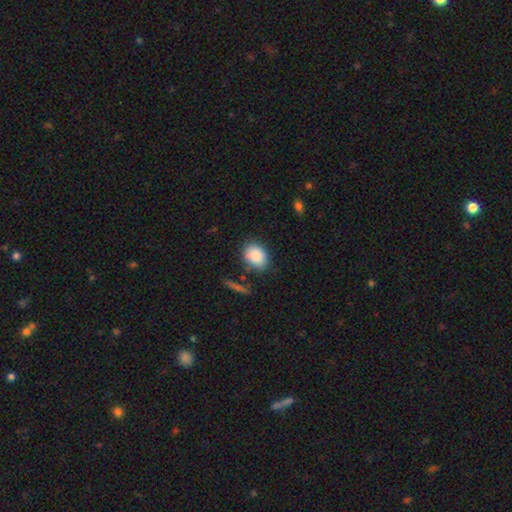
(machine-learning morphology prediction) This appears to be a smooth galaxy with no disk features (86%) that is in between round and cigar-shaped (65%). Merging: none (76%).